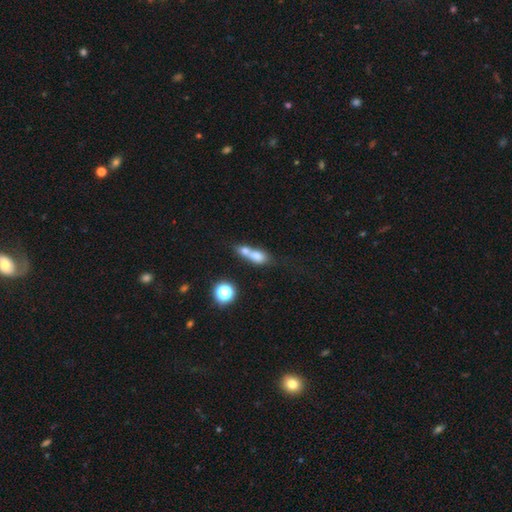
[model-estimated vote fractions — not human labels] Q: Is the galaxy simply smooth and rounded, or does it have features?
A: smooth — 67%.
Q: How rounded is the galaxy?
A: in between — 55%.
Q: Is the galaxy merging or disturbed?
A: merger — 62%.